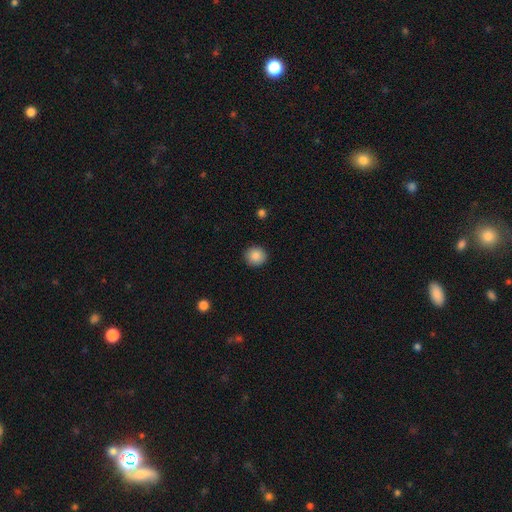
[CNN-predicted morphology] Q: Smooth or featured?
A: smooth (88%); runner-up: star or artifact (9%)
Q: How rounded?
A: round (91%); runner-up: in between (8%)
Q: Merging?
A: none (91%); runner-up: minor disturbance (6%)